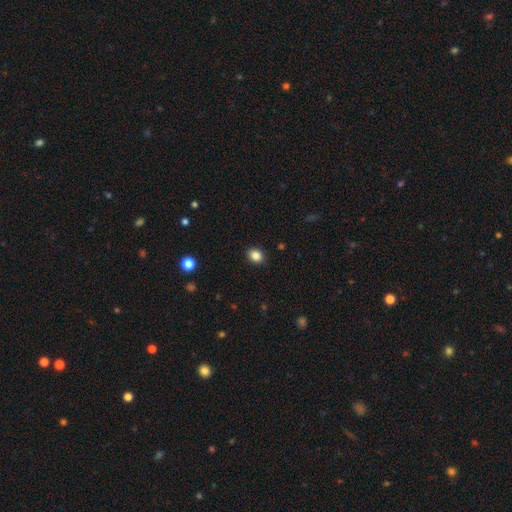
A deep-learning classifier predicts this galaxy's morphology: This appears to be a smooth galaxy with no disk features (85%) that is in between round and cigar-shaped (50%, tied with round). Merging: none (90%).